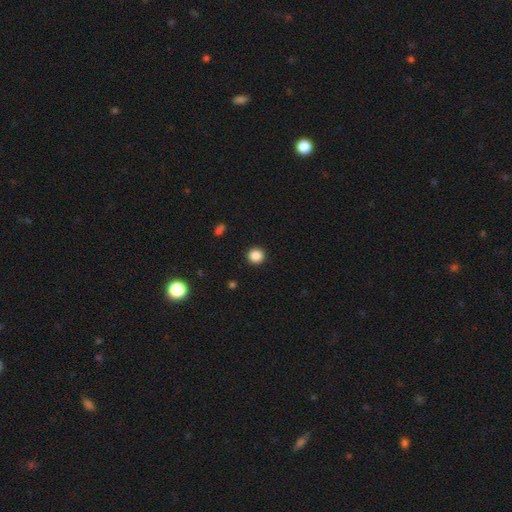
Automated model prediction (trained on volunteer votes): smooth 87%, star or artifact 10%, featured or disk 3%. Down the decision tree: how rounded — round (93%); merging — none (92%).